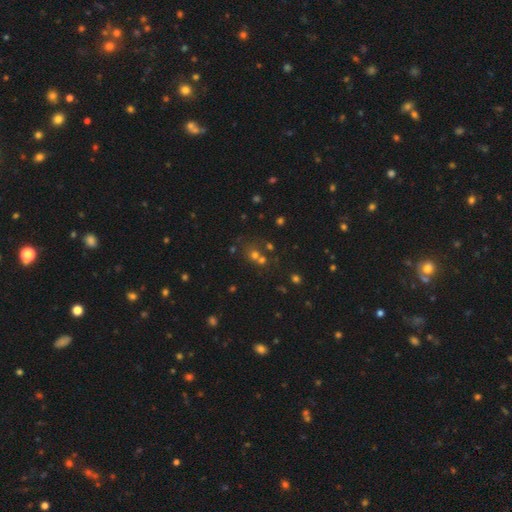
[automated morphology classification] Smooth or featured?
  - smooth: 47% *
  - star or artifact: 40%
  - featured or disk: 13%
Merging?
  - none: 54% *
  - merger: 32%
  - minor disturbance: 9%
  - major disturbance: 5%